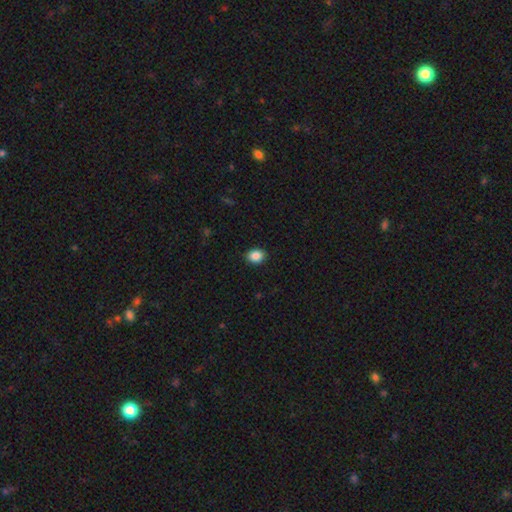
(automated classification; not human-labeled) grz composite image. It shows a smooth galaxy with no disk features (88%) that is in between round and cigar-shaped (57%). Merging: none (91%).